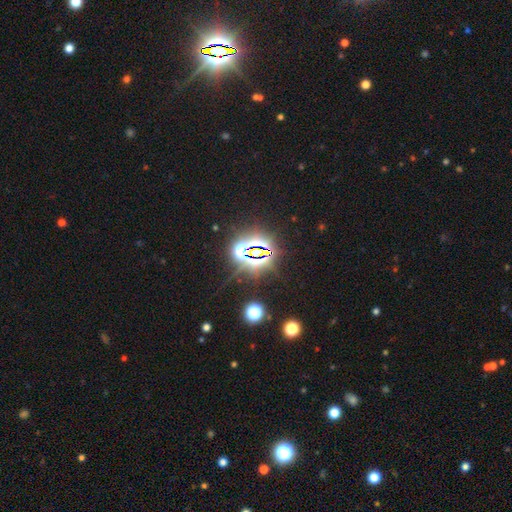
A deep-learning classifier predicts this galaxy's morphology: Q: Smooth or featured?
A: star or artifact (82%); runner-up: smooth (10%)